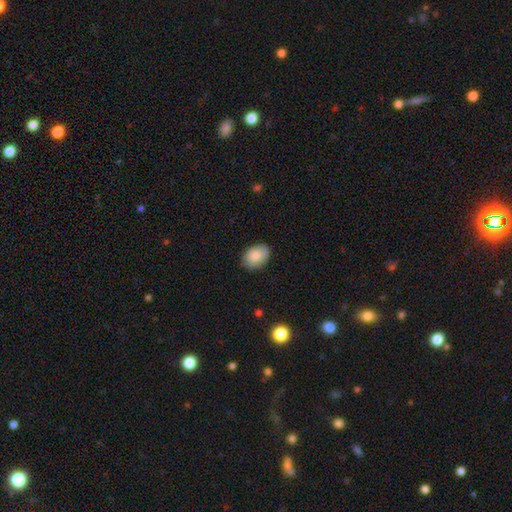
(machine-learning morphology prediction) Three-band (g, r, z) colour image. It shows a smooth galaxy with no disk features (85%) that is in between round and cigar-shaped (83%). Merging: none (84%).